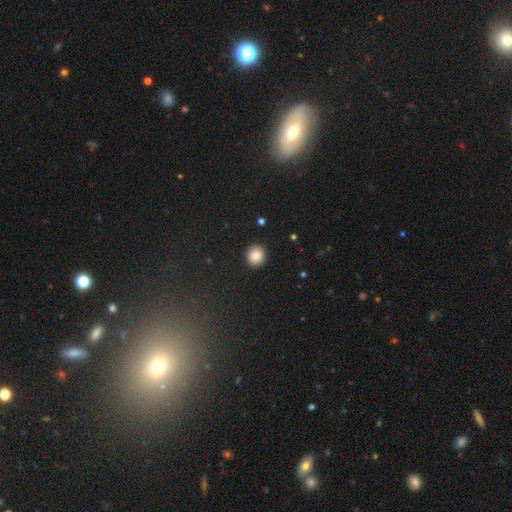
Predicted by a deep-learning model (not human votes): Q: Smooth or featured?
A: smooth (85%); runner-up: star or artifact (9%)
Q: How rounded?
A: round (87%); runner-up: in between (12%)
Q: Merging?
A: none (91%); runner-up: minor disturbance (6%)